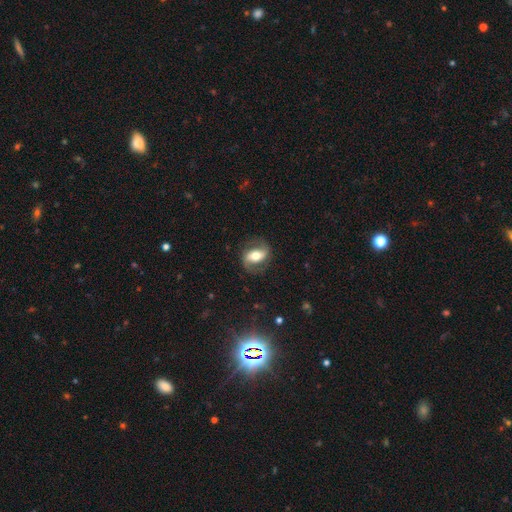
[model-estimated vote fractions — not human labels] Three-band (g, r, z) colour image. It shows a featured or disk galaxy (69%) with a strong bar (45%), 2 (90%) medium (45%) spiral arms (85%) and a moderate central bulge (63%). Merging: none (77%).